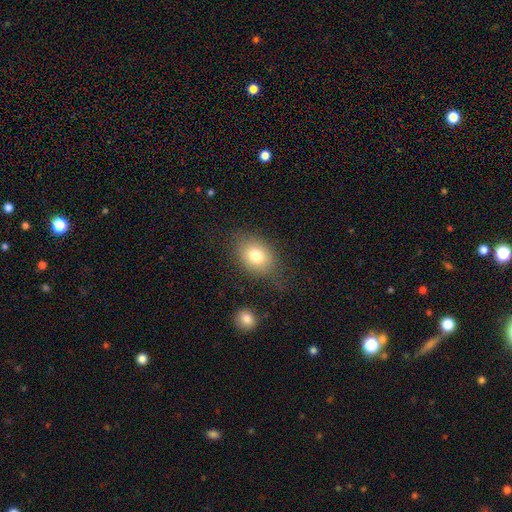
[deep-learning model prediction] smooth-or-featured: smooth: 76% | featured or disk: 14% | star or artifact: 10%
  how-rounded: in between: 66% | round: 33% | cigar-shaped: 1%
  merging: none: 71% | minor disturbance: 19% | major disturbance: 8% | merger: 3%